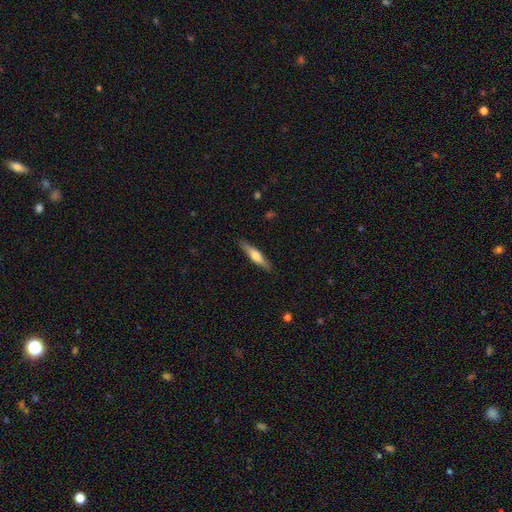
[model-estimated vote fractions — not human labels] Smooth or featured? Predicted: smooth (p=0.48). Merging? Predicted: none (p=0.88).